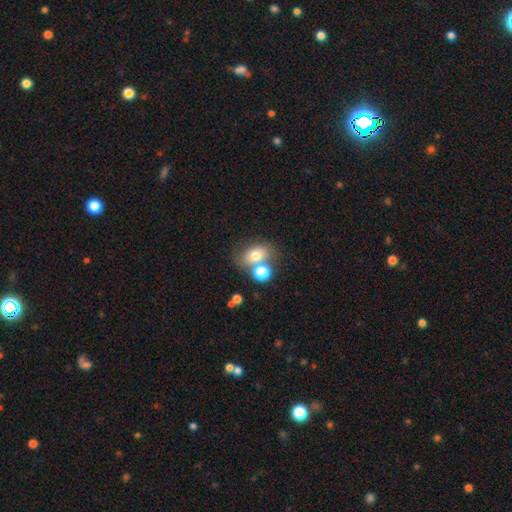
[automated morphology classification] smooth-or-featured: smooth: 72% | featured or disk: 16% | star or artifact: 12%
  how-rounded: in between: 66% | round: 33% | cigar-shaped: 2%
  merging: none: 54% | merger: 30% | minor disturbance: 12% | major disturbance: 5%